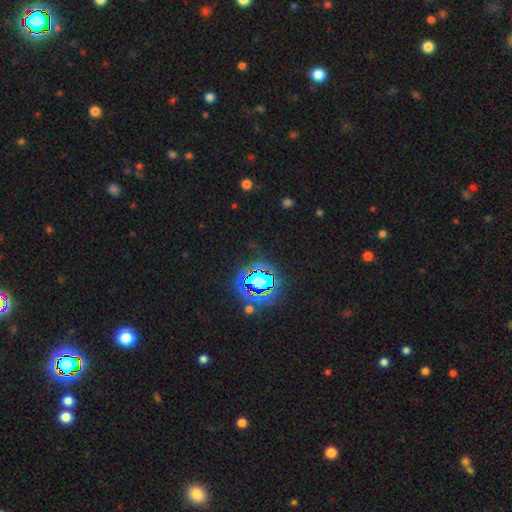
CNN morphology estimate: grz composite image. It shows a star or artifact, not a galaxy (80%).